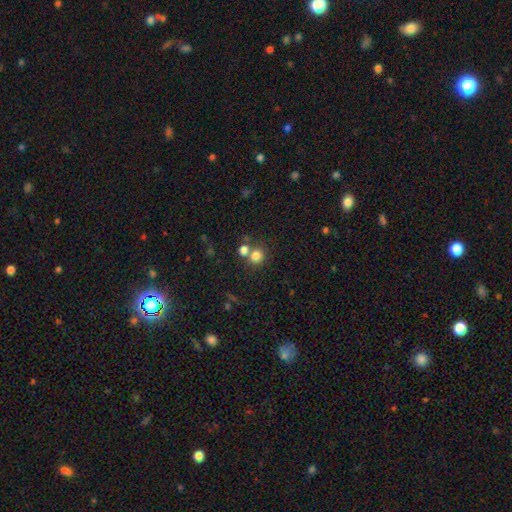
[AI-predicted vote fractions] A smooth galaxy with no disk features (80%) that is round (84%). Merging: none (55%).